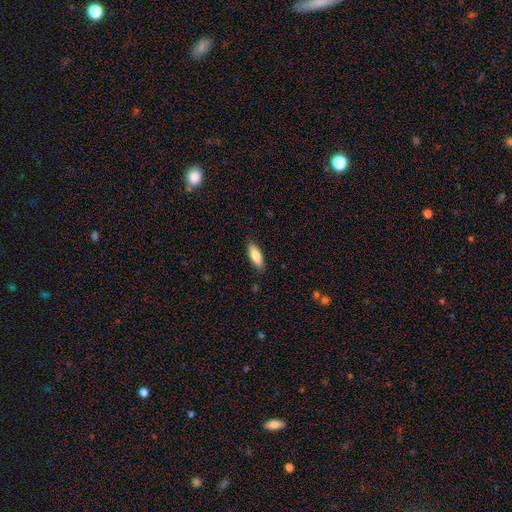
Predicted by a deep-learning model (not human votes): Smooth or featured: smooth — 81% (featured or disk — 13%)
How rounded: in between — 63% (cigar-shaped — 35%)
Merging: none — 85% (minor disturbance — 11%)